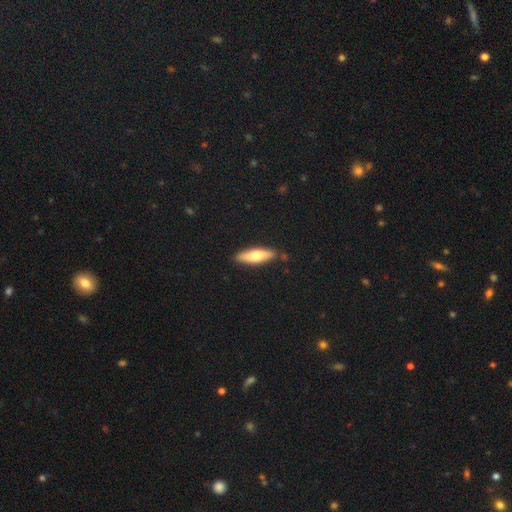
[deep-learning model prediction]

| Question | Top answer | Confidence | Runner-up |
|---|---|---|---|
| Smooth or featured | smooth | 65% | featured or disk (29%) |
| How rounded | cigar-shaped | 61% | in between (37%) |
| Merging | none | 85% | minor disturbance (11%) |